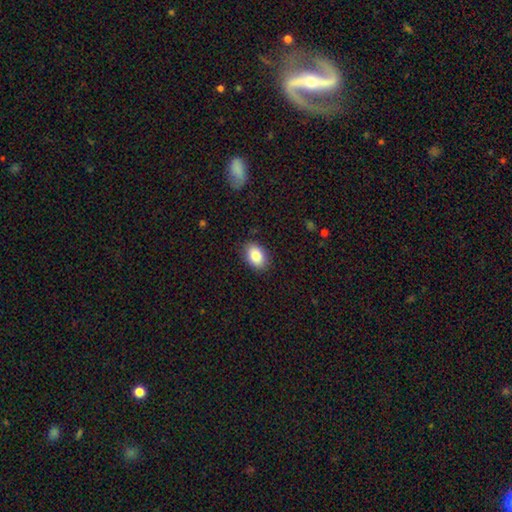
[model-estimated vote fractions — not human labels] Morphology: type=smooth (84%); roundness=in between (85%); merging=none (87%).